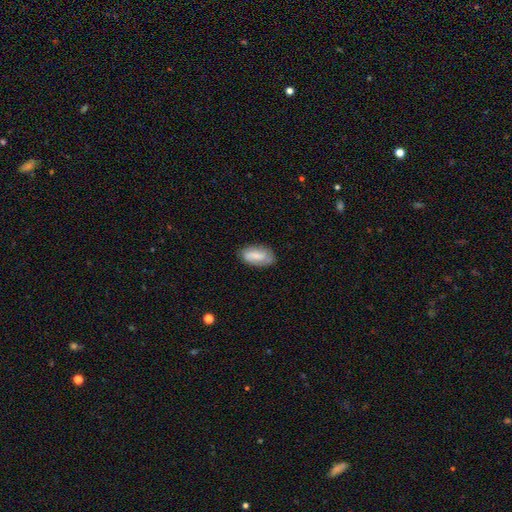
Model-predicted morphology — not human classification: smooth 72%, featured or disk 21%, star or artifact 7%. Down the decision tree: how rounded — in between (92%); merging — none (74%).